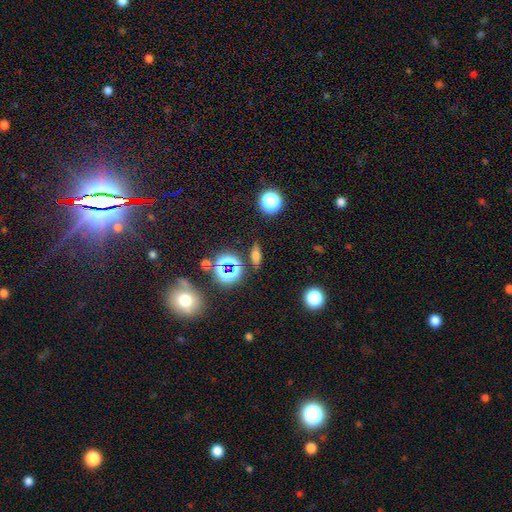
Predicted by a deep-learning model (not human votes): A smooth galaxy with no disk features (56%) that is in between round and cigar-shaped (53%).

Vote fractions:
- Smooth or featured? smooth: 56% / star or artifact: 25% / featured or disk: 19%
- How rounded? in between: 53% / cigar-shaped: 30% / round: 16%
- Merging? none: 82% / minor disturbance: 11% / merger: 4% / major disturbance: 4%